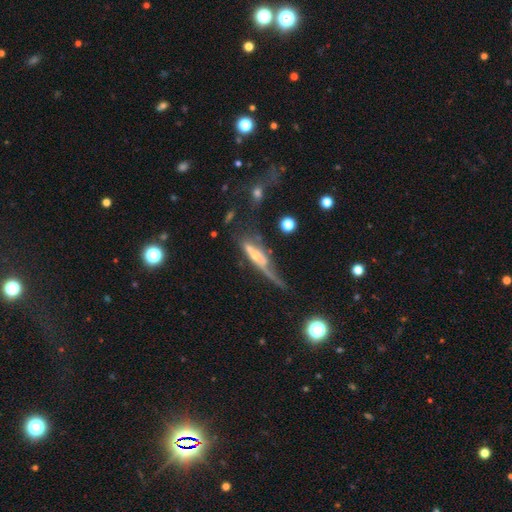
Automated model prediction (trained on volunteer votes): Morphology: type=featured or disk (63%); edge-on=yes (64%); merging=major disturbance (39%).